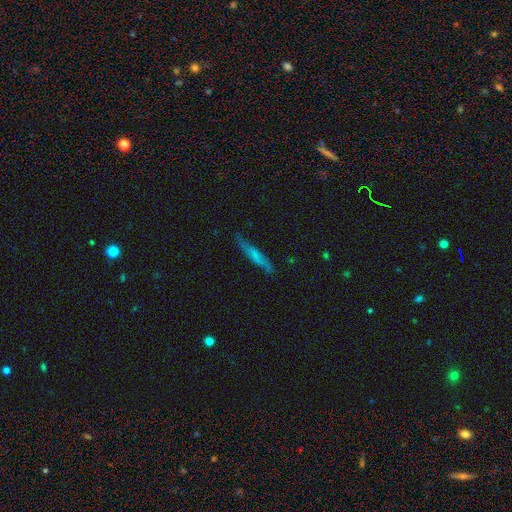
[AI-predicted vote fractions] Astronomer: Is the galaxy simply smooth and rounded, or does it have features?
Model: smooth — 54% (runner-up: featured or disk, 39%).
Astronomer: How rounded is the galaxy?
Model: cigar-shaped — 90%.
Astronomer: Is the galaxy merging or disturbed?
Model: none — 78%.